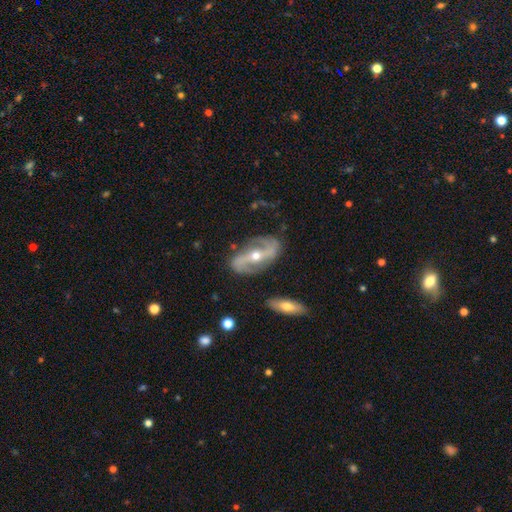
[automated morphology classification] featured or disk 87%, smooth 8%, star or artifact 6%. Down the decision tree: edge-on disk — no (92%); bar — strong (57%); spiral arms — yes (92%); spiral arm count — 2 (92%); spiral winding — loose (50%); bulge size — moderate (54%); merging — none (77%).